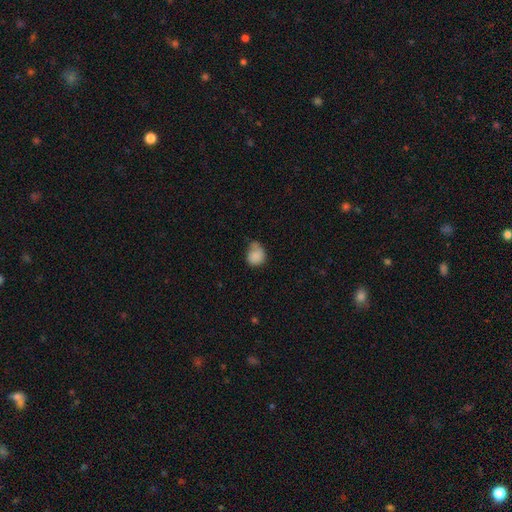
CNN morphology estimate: Overall: smooth (83%). How rounded: round (67%; in between 32%). Merging: none (42%; minor disturbance 37%).